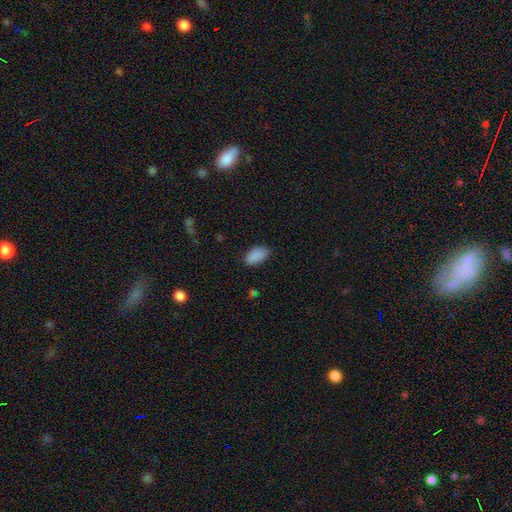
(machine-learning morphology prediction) smooth_or_featured: smooth (p=0.88) [alt: star or artifact p=0.08]
how_rounded: in between (p=0.93) [alt: round p=0.04]
merging: none (p=0.79) [alt: minor disturbance p=0.17]